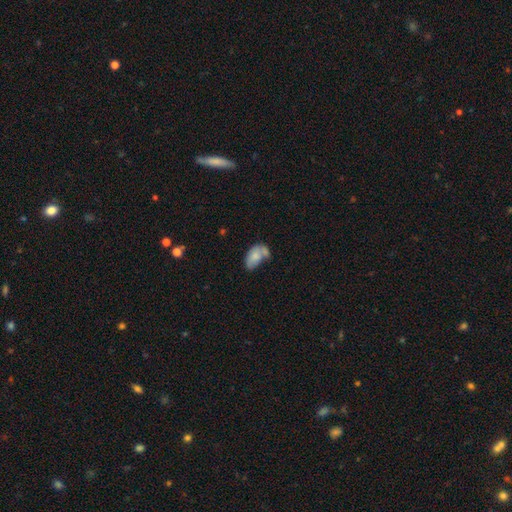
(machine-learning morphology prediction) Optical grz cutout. It shows a smooth galaxy with no disk features (73%) that is in between round and cigar-shaped (91%). Merging: merger (37%).